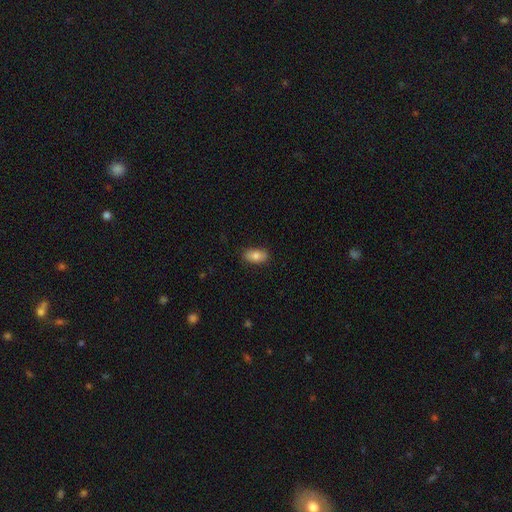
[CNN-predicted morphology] Q: Smooth or featured?
A: smooth (81%); runner-up: featured or disk (11%)
Q: How rounded?
A: in between (91%); runner-up: round (5%)
Q: Merging?
A: none (86%); runner-up: minor disturbance (10%)